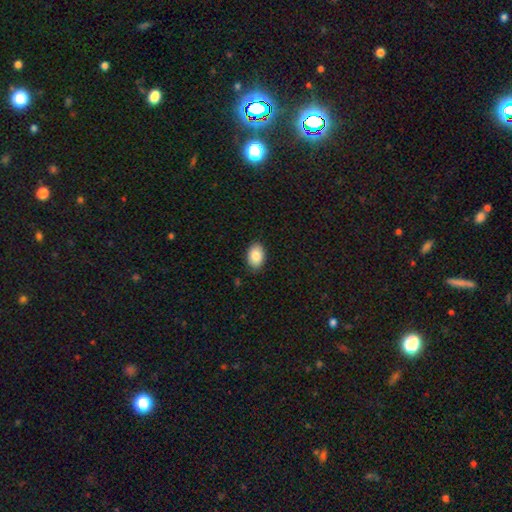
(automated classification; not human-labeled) smooth-or-featured: smooth: 85% | featured or disk: 7% | star or artifact: 7%
  how-rounded: in between: 88% | round: 11% | cigar-shaped: 1%
  merging: none: 88% | minor disturbance: 9% | major disturbance: 2% | merger: 1%